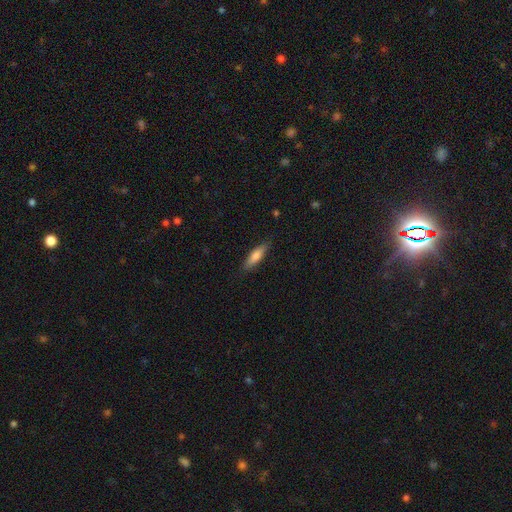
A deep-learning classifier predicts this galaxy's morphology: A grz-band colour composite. It shows a smooth galaxy with no disk features (74%) that is cigar-shaped (65%). Merging: none (85%).